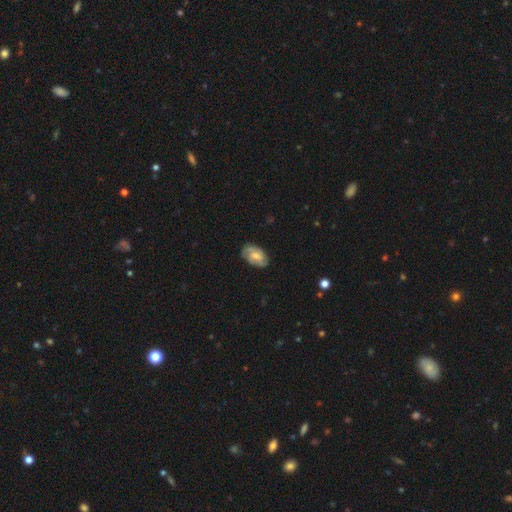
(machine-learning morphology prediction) smooth 46% (tied), featured or disk 46% (tied), star or artifact 7%. Down the decision tree: merging — none (71%).